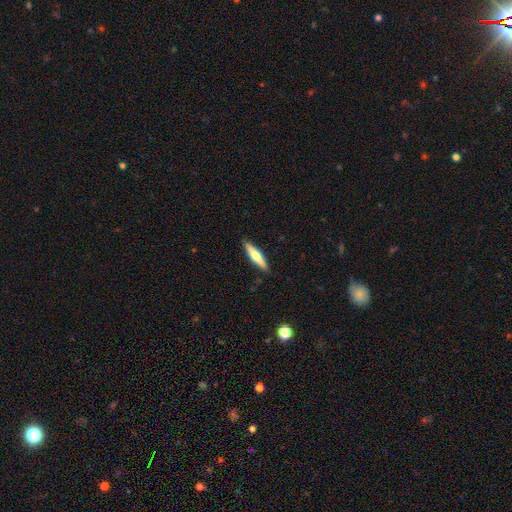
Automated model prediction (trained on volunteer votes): Smooth or featured? smooth (54%)
How rounded? cigar-shaped (83%)
Merging? none (90%)